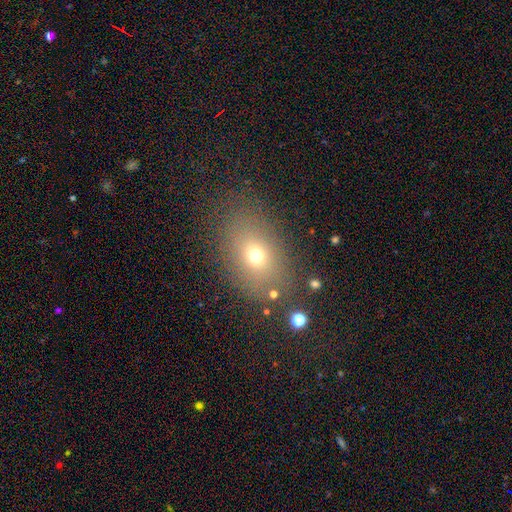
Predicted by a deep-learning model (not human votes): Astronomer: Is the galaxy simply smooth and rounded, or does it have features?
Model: smooth — 67%.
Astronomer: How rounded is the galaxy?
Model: in between — 70%.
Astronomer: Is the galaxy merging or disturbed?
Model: none — 79%.